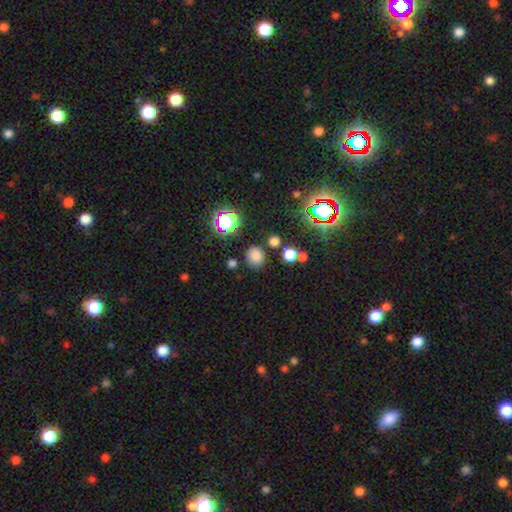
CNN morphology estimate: This appears to be a smooth galaxy with no disk features (74%) that is round (84%). Merging: none (81%).